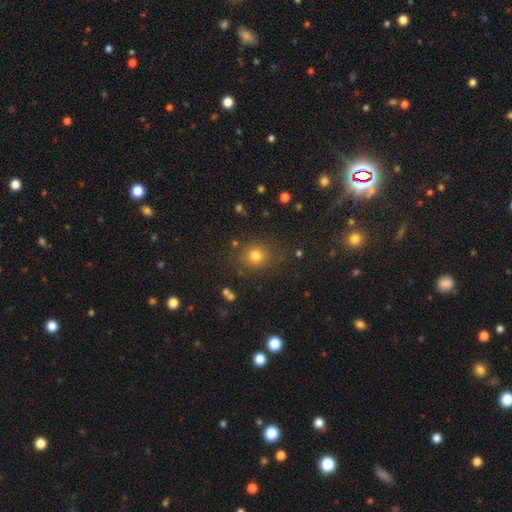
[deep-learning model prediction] This appears to be a smooth galaxy with no disk features (77%) that is round (78%). Merging: none (83%).